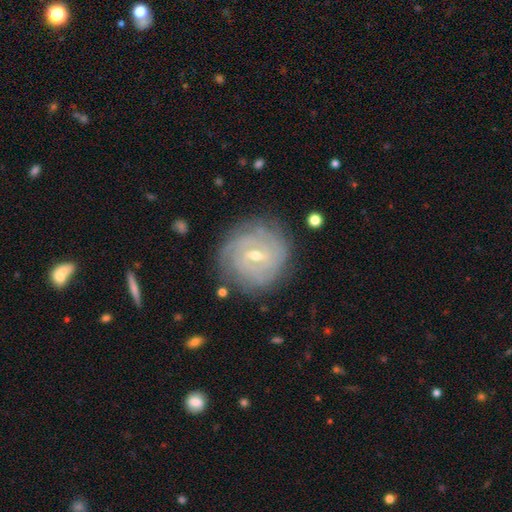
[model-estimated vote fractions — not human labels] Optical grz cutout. It shows a featured or disk galaxy (83%) with a weak bar (61%), tight (82%) spiral arms (94%) and a small central bulge (49%). Merging: none (82%).